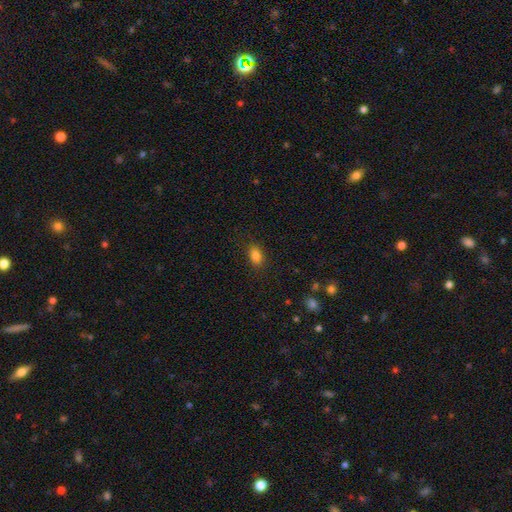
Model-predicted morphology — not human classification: The model was most divided on "how rounded": in between: 84%, round: 13%, cigar-shaped: 3%. More confident: merging — none (86%); smooth or featured — smooth (84%).